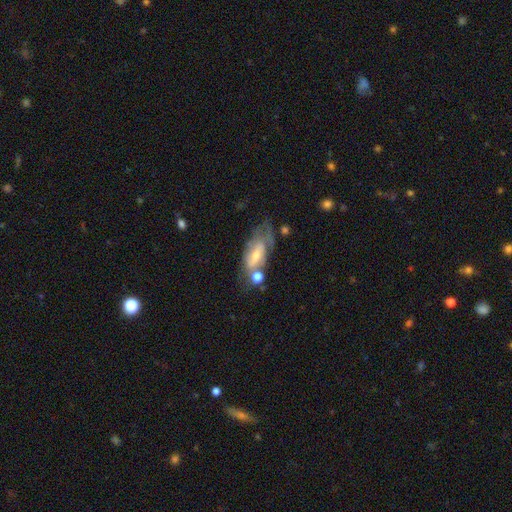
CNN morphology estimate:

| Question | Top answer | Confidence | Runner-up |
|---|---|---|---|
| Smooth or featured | featured or disk | 58% | smooth (34%) |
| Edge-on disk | no | 87% | yes (13%) |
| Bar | weak | 39% | no (38%) |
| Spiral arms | yes | 65% | no (35%) |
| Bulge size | small | 47% | moderate (43%) |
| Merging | none | 35% | minor disturbance (25%) |